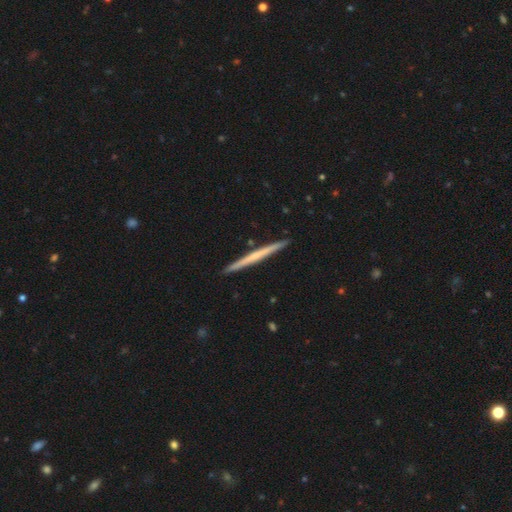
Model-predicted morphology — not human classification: A featured or disk galaxy (53%) viewed edge-on (98%) with no central bulge (82%). Merging: none (92%).